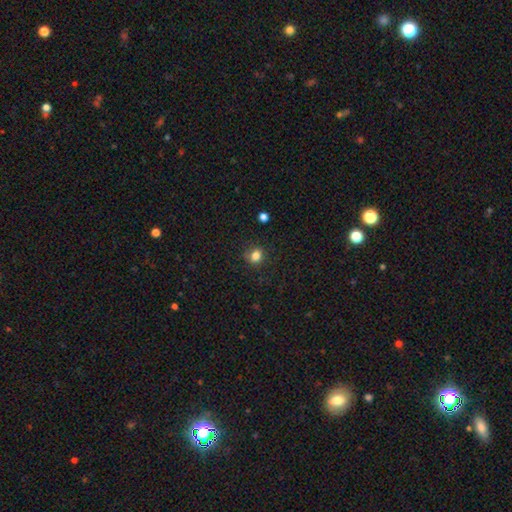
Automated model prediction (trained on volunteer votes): Smooth or featured? smooth (82%)
How rounded? round (72%)
Merging? none (81%)